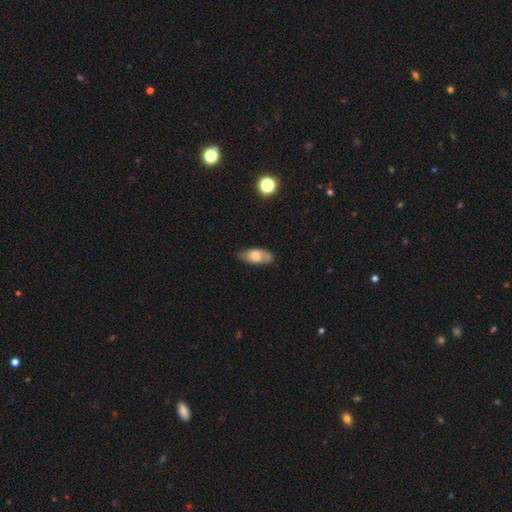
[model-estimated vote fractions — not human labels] Smooth or featured?
  - smooth: 64% *
  - featured or disk: 29%
  - star or artifact: 7%
How rounded?
  - in between: 88% *
  - cigar-shaped: 9%
  - round: 3%
Merging?
  - none: 68% *
  - minor disturbance: 24%
  - major disturbance: 6%
  - merger: 2%